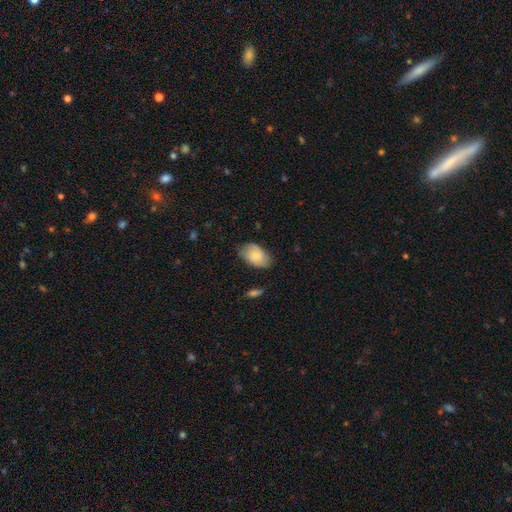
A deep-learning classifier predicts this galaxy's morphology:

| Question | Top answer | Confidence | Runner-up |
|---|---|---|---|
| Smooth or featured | smooth | 71% | featured or disk (22%) |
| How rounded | in between | 89% | round (10%) |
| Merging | none | 69% | minor disturbance (25%) |